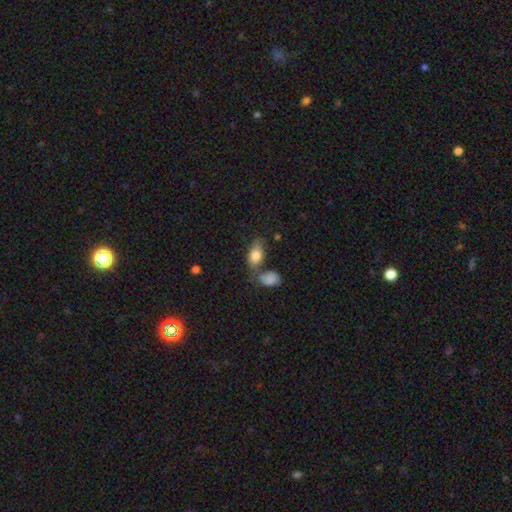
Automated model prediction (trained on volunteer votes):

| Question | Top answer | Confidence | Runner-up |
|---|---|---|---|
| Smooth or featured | smooth | 80% | featured or disk (13%) |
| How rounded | in between | 90% | round (7%) |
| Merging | none | 44% | merger (29%) |